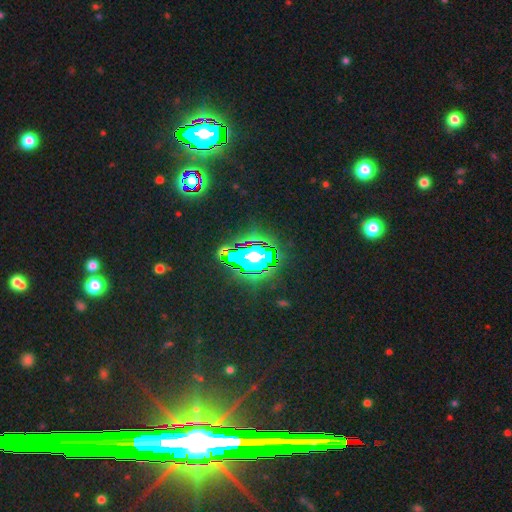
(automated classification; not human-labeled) smooth-or-featured: star or artifact: 61% | smooth: 23% | featured or disk: 16%